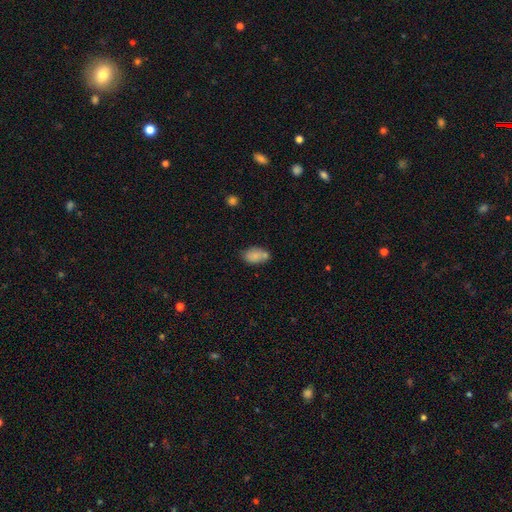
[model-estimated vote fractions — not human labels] Morphology: type=smooth (80%); roundness=in between (89%); merging=none (52%).